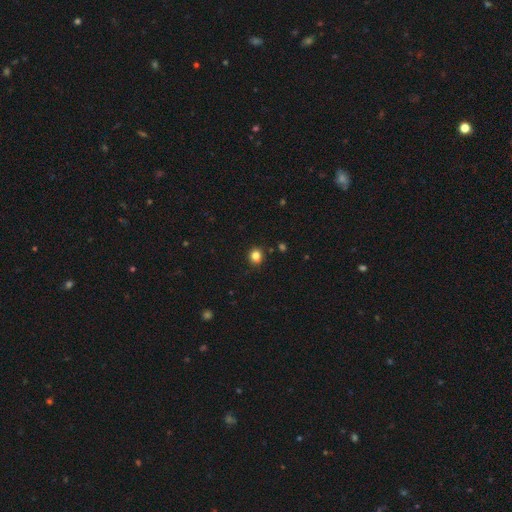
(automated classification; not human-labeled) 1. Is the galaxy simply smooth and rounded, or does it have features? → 82% smooth, 13% star or artifact, 5% featured or disk.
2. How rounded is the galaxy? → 84% round, 15% in between, 1% cigar-shaped.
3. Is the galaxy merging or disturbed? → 89% none, 7% minor disturbance, 2% major disturbance, 2% merger.